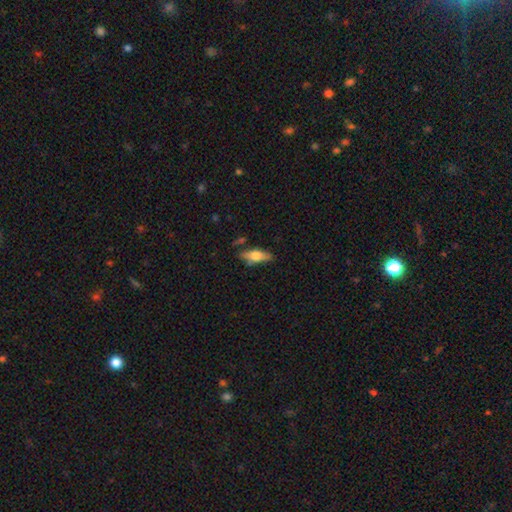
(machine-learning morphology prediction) This appears to be a smooth galaxy with no disk features (63%) that is in between round and cigar-shaped (65%). Merging: none (71%).